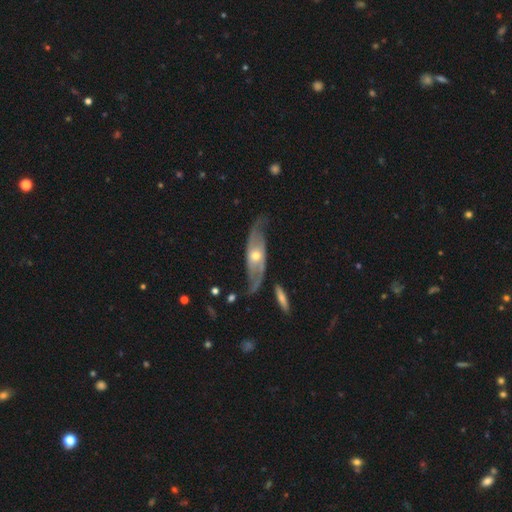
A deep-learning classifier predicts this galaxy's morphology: smooth_or_featured: featured or disk (p=0.79) [alt: smooth p=0.16]
disk_edge_on: no (p=0.81) [alt: yes p=0.19]
bar: no (p=0.67) [alt: weak p=0.25]
has_spiral_arms: yes (p=0.88) [alt: no p=0.12]
spiral_winding: loose (p=0.54) [alt: medium p=0.31]
spiral_arm_count: 2 (p=0.86) [alt: can't tell p=0.08]
bulge_size: moderate (p=0.61) [alt: small p=0.33]
merging: none (p=0.64) [alt: minor disturbance p=0.21]